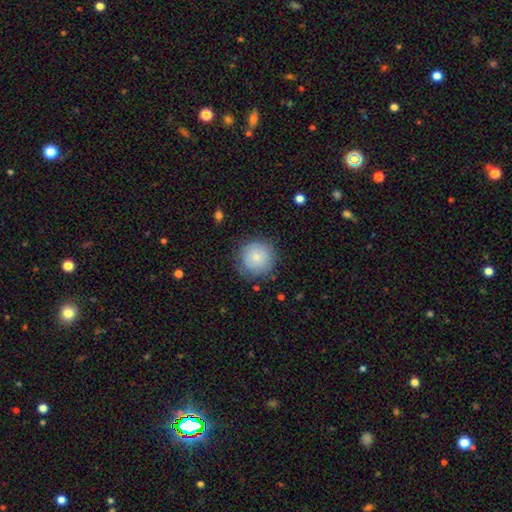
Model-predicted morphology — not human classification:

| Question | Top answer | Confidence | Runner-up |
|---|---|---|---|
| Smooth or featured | smooth | 79% | featured or disk (13%) |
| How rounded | round | 95% | in between (4%) |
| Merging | none | 80% | minor disturbance (14%) |